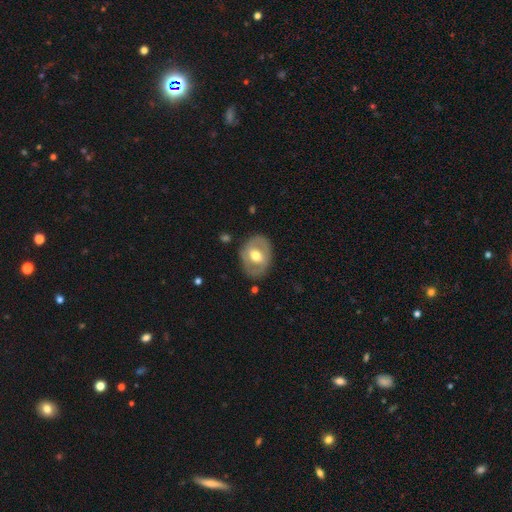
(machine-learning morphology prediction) Smooth or featured? Predicted: featured or disk (p=0.57). Edge-on disk? Predicted: no (p=0.93). Bar? Predicted: weak (p=0.40). Spiral arms? Predicted: no (p=0.67). Bulge size? Predicted: moderate (p=0.74). Merging? Predicted: none (p=0.79).